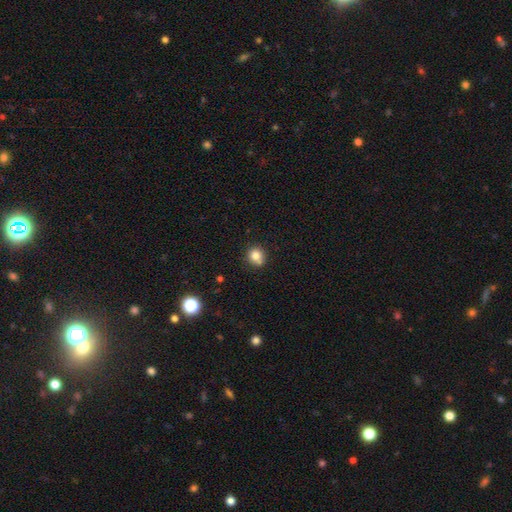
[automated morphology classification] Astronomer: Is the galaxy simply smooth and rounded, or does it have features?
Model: smooth — 81%.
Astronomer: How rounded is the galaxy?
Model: round — 84%.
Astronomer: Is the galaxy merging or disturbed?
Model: none — 69%.